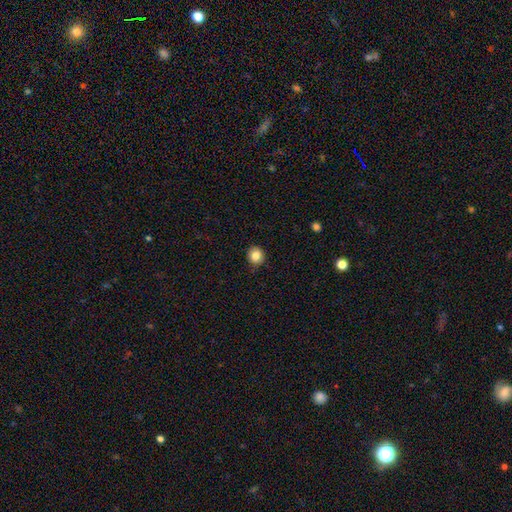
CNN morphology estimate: A smooth galaxy with no disk features (84%) that is round (86%).

Vote fractions:
- Smooth or featured? smooth: 84% / star or artifact: 10% / featured or disk: 6%
- How rounded? round: 86% / in between: 13% / cigar-shaped: 1%
- Merging? none: 86% / minor disturbance: 11% / major disturbance: 2% / merger: 1%